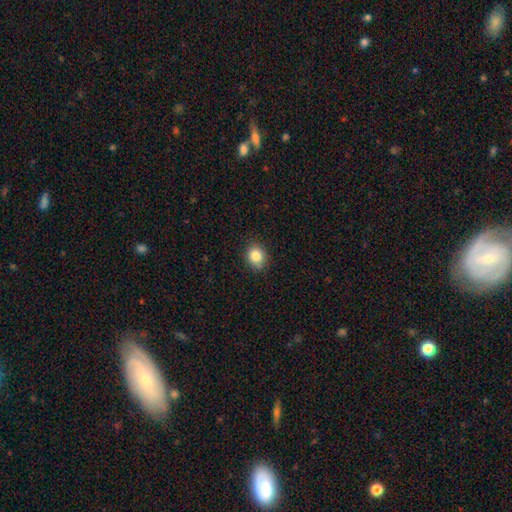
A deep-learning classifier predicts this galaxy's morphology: Smooth or featured? Predicted: smooth (p=0.84). How rounded? Predicted: round (p=0.63). Merging? Predicted: none (p=0.83).